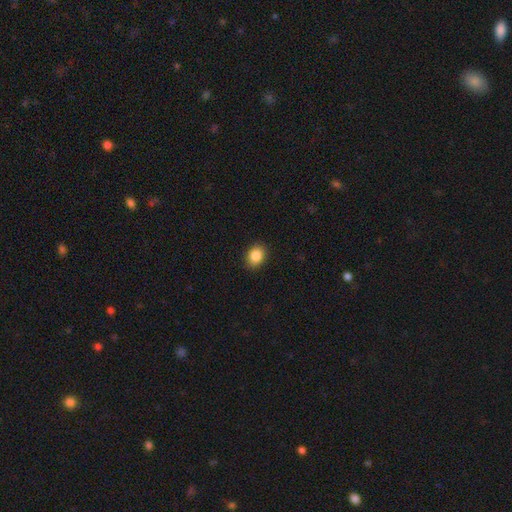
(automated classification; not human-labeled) Smooth or featured? Predicted: smooth (p=0.86). How rounded? Predicted: in between (p=0.61). Merging? Predicted: none (p=0.90).